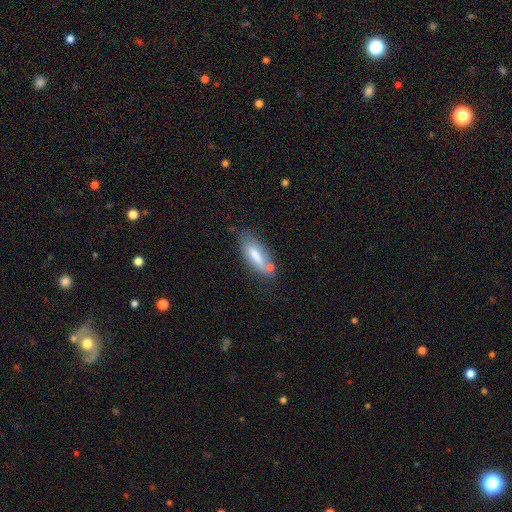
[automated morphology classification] smooth_or_featured: smooth (p=0.68) [alt: featured or disk p=0.24]
how_rounded: in between (p=0.57) [alt: cigar-shaped p=0.41]
merging: none (p=0.62) [alt: minor disturbance p=0.21]